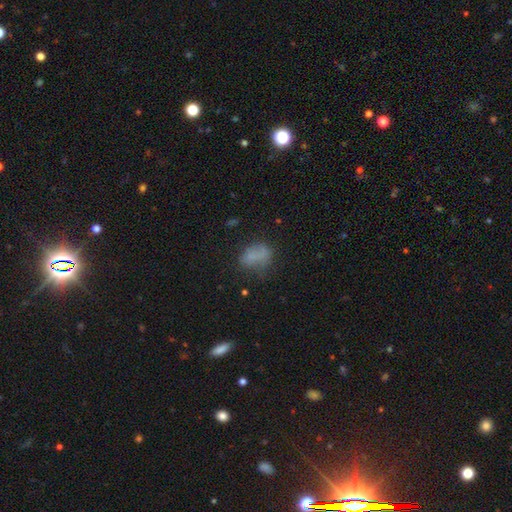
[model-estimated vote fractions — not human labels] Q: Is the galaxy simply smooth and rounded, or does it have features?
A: smooth — 69%.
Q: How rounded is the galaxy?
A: in between — 75%.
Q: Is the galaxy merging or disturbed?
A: none — 51%.